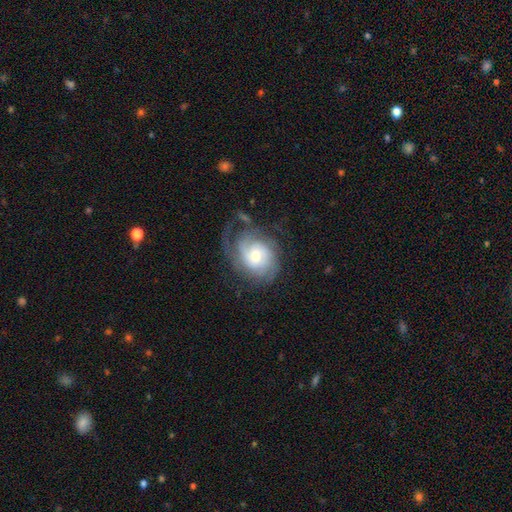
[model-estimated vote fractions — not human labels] Smooth or featured? Predicted: featured or disk (p=0.77). Edge-on disk? Predicted: no (p=0.97). Bar? Predicted: no (p=0.65). Spiral arms? Predicted: yes (p=0.93). Spiral winding? Predicted: tight (p=0.53). Spiral arm count? Predicted: can't tell (p=0.32). Bulge size? Predicted: moderate (p=0.56). Merging? Predicted: none (p=0.53).